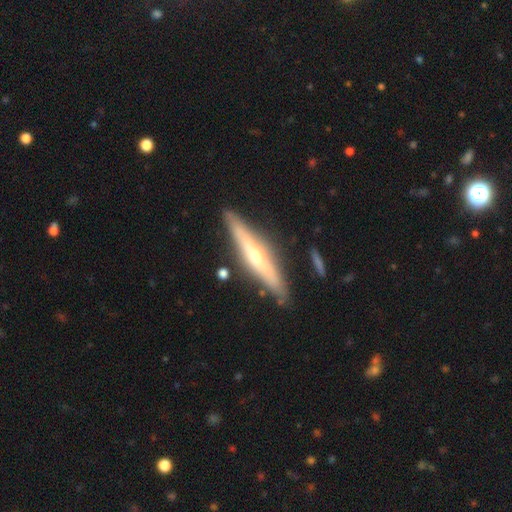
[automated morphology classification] featured or disk 67%, smooth 27%, star or artifact 6%. Down the decision tree: edge-on disk — yes (92%); edge-on bulge — rounded (84%); merging — none (83%).